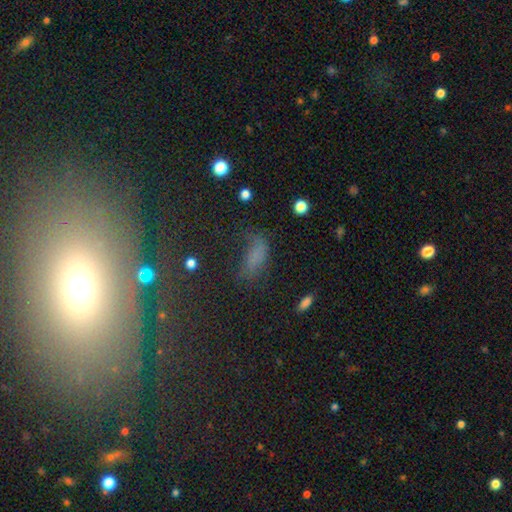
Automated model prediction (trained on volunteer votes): smooth_or_featured: smooth (p=0.59) [alt: star or artifact p=0.23]
how_rounded: in between (p=0.78) [alt: cigar-shaped p=0.16]
merging: none (p=0.37) [alt: major disturbance p=0.30]